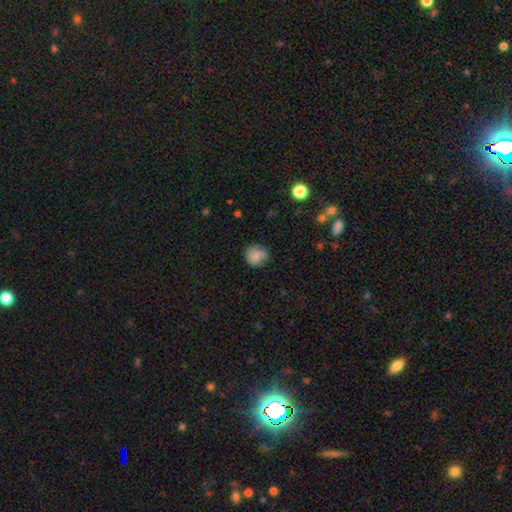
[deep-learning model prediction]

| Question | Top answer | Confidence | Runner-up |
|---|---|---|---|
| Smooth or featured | smooth | 69% | featured or disk (22%) |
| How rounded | round | 84% | in between (15%) |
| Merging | none | 68% | minor disturbance (23%) |